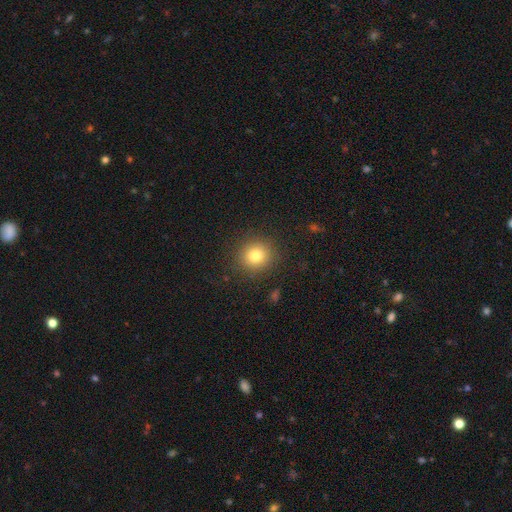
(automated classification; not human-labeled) The model was most divided on "smooth or featured": smooth: 80%, star or artifact: 12%, featured or disk: 8%. More confident: merging — none (89%); how rounded — round (89%).